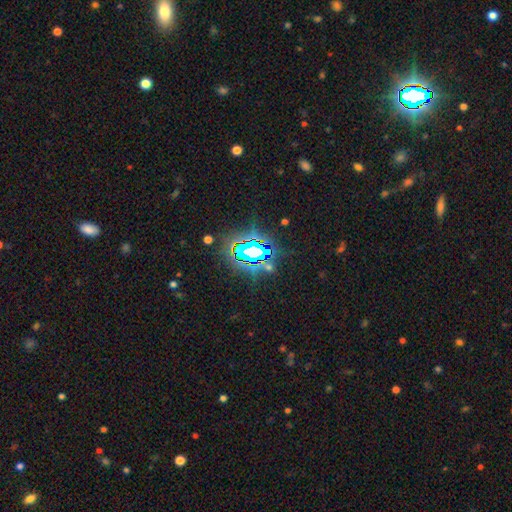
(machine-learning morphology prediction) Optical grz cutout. It shows a star or artifact, not a galaxy (77%).